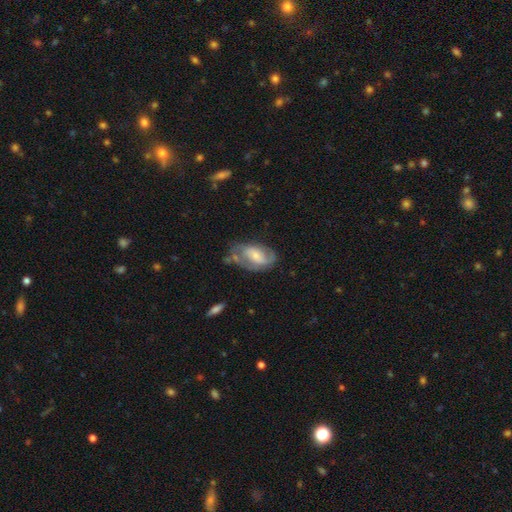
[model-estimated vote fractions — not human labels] Morphology: type=featured or disk (66%); edge-on=no (96%); bar=no (44%); spiral arms=yes (81%); winding=medium (44%); arm count=2 (63%); bulge=small (50%); merging=none (47%).